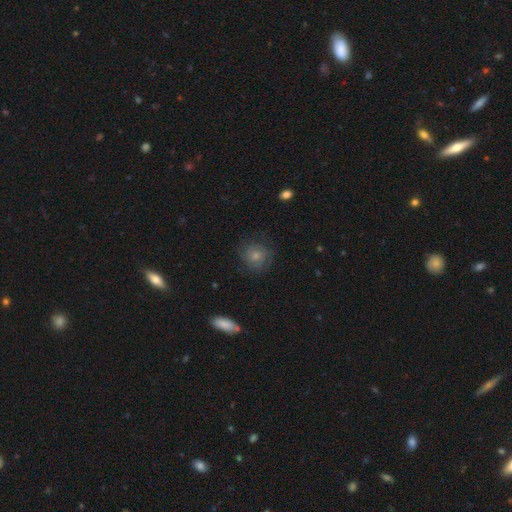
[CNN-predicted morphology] Overall: featured or disk (48%; smooth 43%). Merging: none (74%).